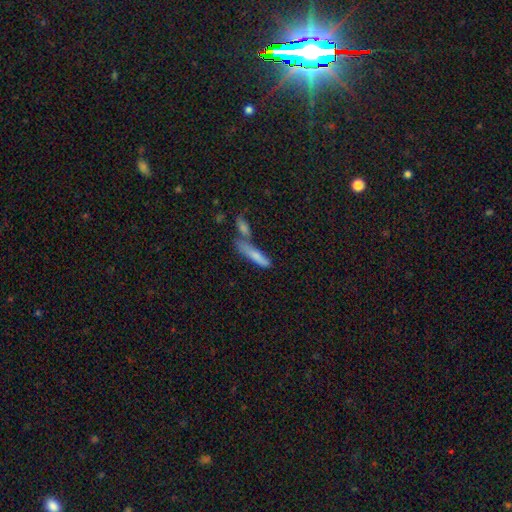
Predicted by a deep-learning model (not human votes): smooth 72%, featured or disk 20%, star or artifact 8%. Down the decision tree: how rounded — cigar-shaped (82%); merging — none (45%).